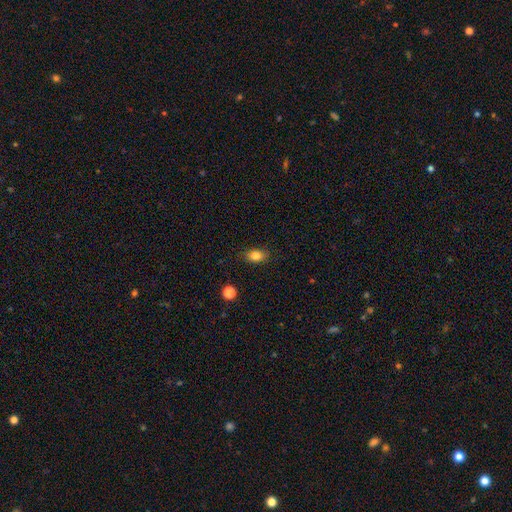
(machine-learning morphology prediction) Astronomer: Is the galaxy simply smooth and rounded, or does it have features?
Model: smooth — 82%.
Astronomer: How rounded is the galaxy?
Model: in between — 81%.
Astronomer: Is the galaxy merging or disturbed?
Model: none — 84%.